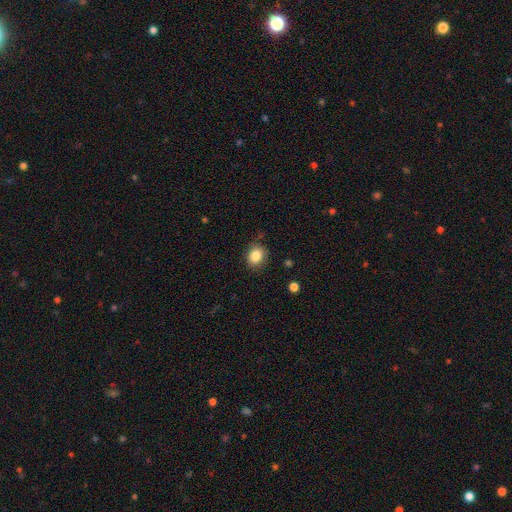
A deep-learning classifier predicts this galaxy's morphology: smooth 85%, star or artifact 9%, featured or disk 6%. Down the decision tree: how rounded — round (57%); merging — none (82%).